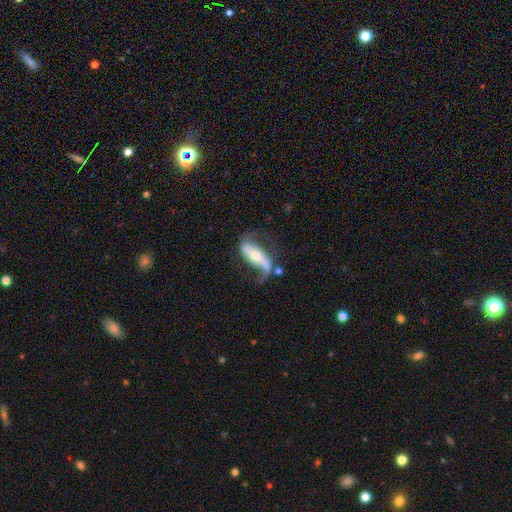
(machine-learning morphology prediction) The model was most divided on "bar": strong: 47%, no: 31%, weak: 21%. Remaining: spiral arms — yes (78%); edge-on disk — no (78%); smooth or featured — featured or disk (68%); bulge size — moderate (58%); merging — none (46%).